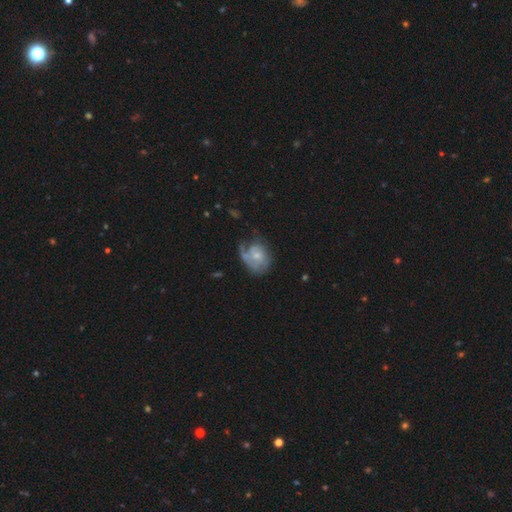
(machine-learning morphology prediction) Overall: featured or disk (59%; smooth 34%). Edge-on disk: no (97%). Bar: no (79%). Spiral arms: yes (72%). Bulge size: small (60%; moderate 31%). Merging: none (37%; major disturbance 30%).